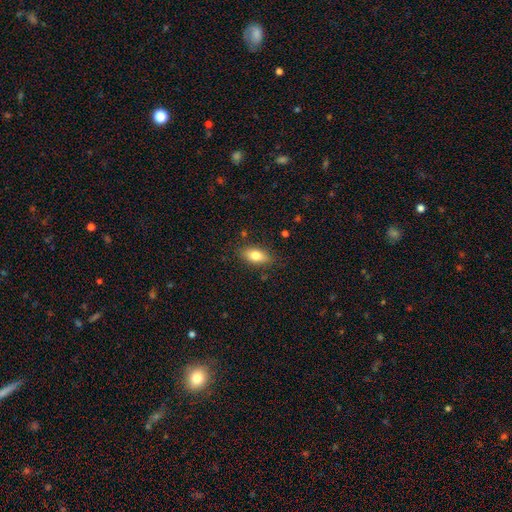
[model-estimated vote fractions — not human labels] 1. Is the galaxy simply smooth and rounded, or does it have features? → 78% smooth, 14% featured or disk, 8% star or artifact.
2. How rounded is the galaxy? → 85% in between, 10% cigar-shaped, 5% round.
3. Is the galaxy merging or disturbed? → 84% none, 12% minor disturbance, 3% major disturbance, 1% merger.